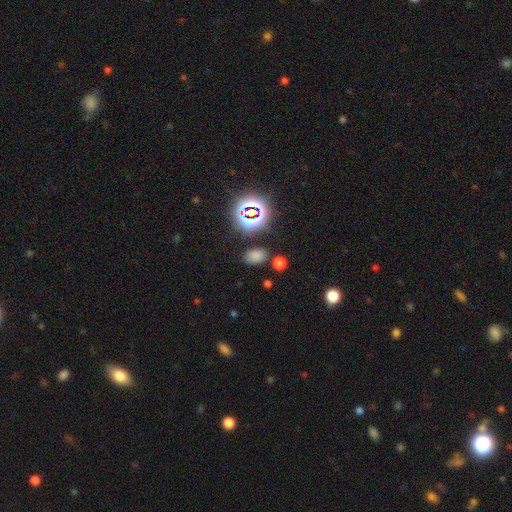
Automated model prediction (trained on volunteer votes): A smooth galaxy with no disk features (69%) that is in between round and cigar-shaped (83%). Merging: none (81%).